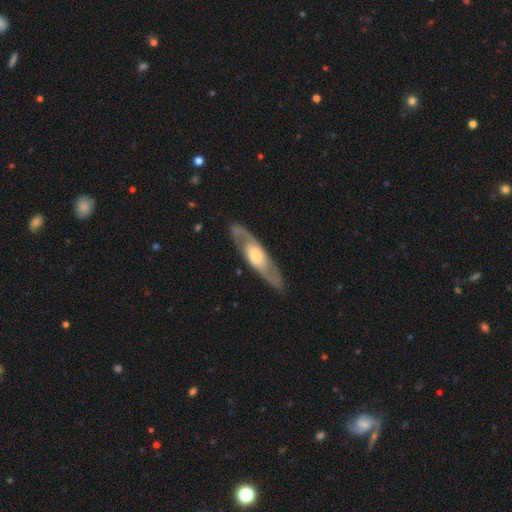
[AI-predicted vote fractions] Smooth or featured? Predicted: featured or disk (p=0.74). Edge-on disk? Predicted: no (p=0.69). Bar? Predicted: no (p=0.68). Spiral arms? Predicted: yes (p=0.79). Bulge size? Predicted: moderate (p=0.52). Merging? Predicted: none (p=0.85).